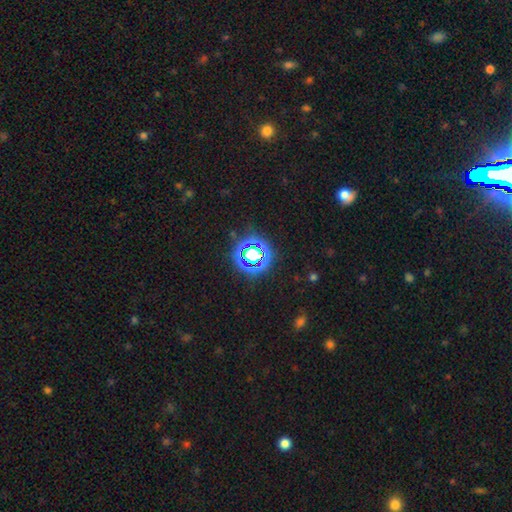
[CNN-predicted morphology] A star or artifact, not a galaxy (78%).